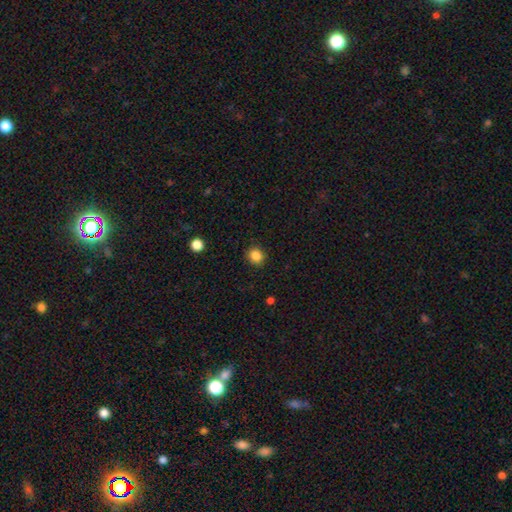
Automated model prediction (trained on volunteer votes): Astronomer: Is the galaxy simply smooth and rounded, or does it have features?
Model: smooth — 86%.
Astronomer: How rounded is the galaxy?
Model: round — 83%.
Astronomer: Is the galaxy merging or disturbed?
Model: none — 90%.